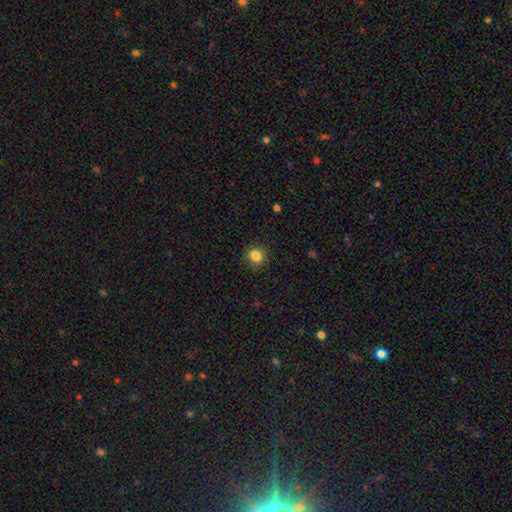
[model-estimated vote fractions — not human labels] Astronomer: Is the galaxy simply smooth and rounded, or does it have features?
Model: smooth — 84%.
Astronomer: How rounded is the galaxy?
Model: round — 82%.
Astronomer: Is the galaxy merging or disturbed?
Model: none — 87%.